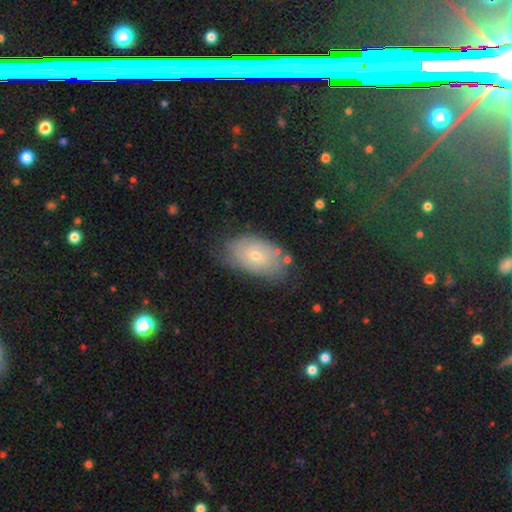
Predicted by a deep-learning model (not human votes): Morphology: type=featured or disk (56%); edge-on=no (93%); bar=no (70%); spiral arms=yes (75%); bulge=small (57%); merging=none (68%).